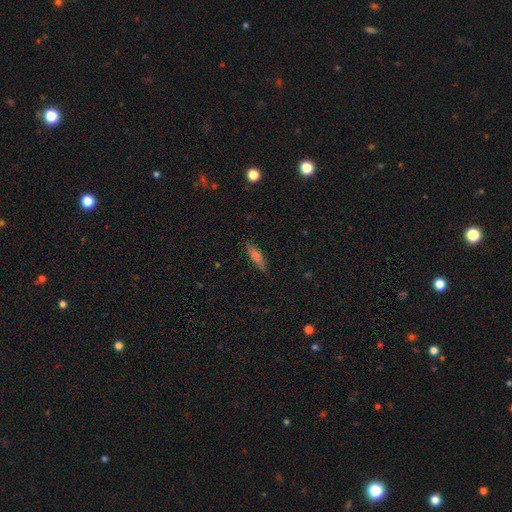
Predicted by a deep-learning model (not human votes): smooth 59%, featured or disk 33%, star or artifact 8%. Down the decision tree: how rounded — cigar-shaped (76%); merging — none (87%).